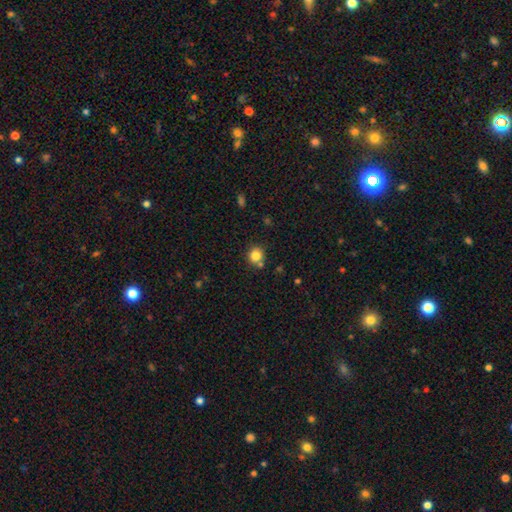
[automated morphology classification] Smooth or featured? smooth (82%)
How rounded? round (88%)
Merging? none (73%)